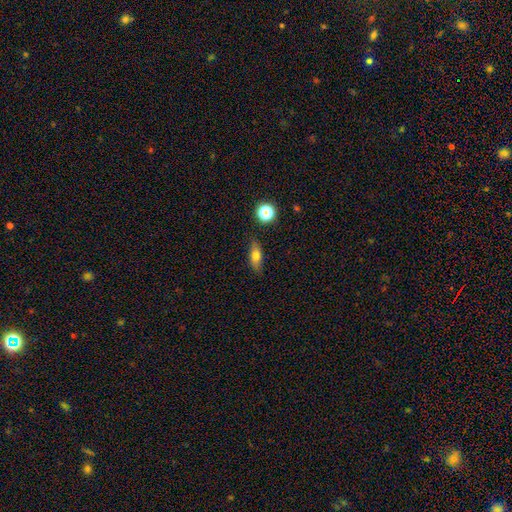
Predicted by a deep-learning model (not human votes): Smooth or featured? smooth (70%)
How rounded? in between (68%)
Merging? none (84%)